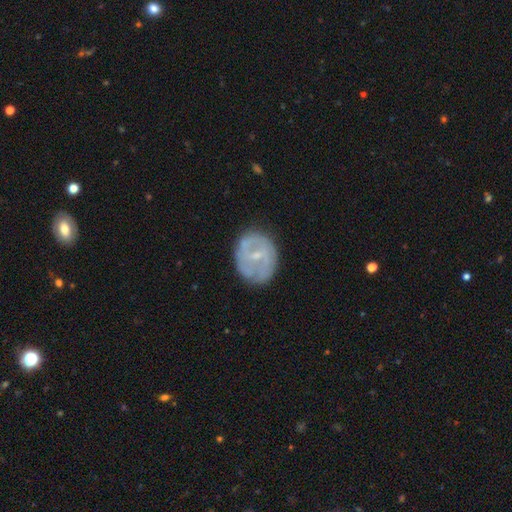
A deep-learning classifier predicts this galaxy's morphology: Smooth or featured? Predicted: featured or disk (p=0.62). Edge-on disk? Predicted: no (p=0.96). Bar? Predicted: weak (p=0.49). Spiral arms? Predicted: yes (p=0.52). Bulge size? Predicted: small (p=0.71). Merging? Predicted: none (p=0.72).